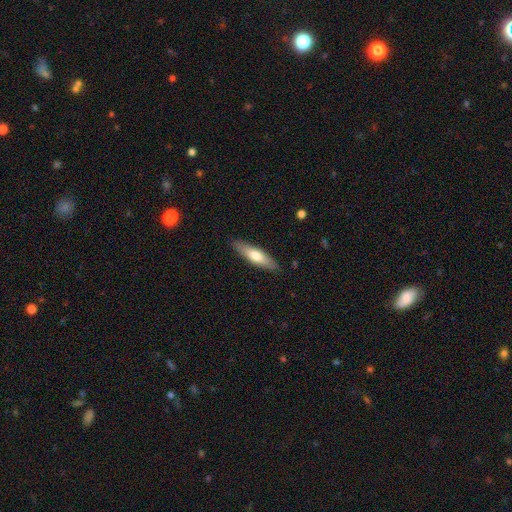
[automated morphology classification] smooth 63%, featured or disk 32%, star or artifact 5%. Down the decision tree: how rounded — cigar-shaped (65%); merging — none (87%).